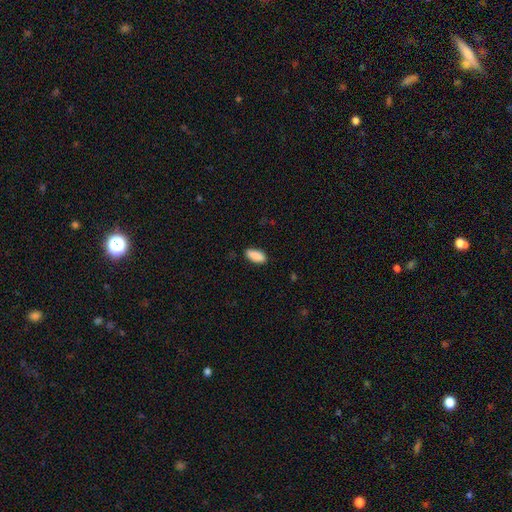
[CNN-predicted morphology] smooth_or_featured: smooth (p=0.90) [alt: star or artifact p=0.06]
how_rounded: in between (p=0.88) [alt: cigar-shaped p=0.10]
merging: none (p=0.85) [alt: minor disturbance p=0.11]